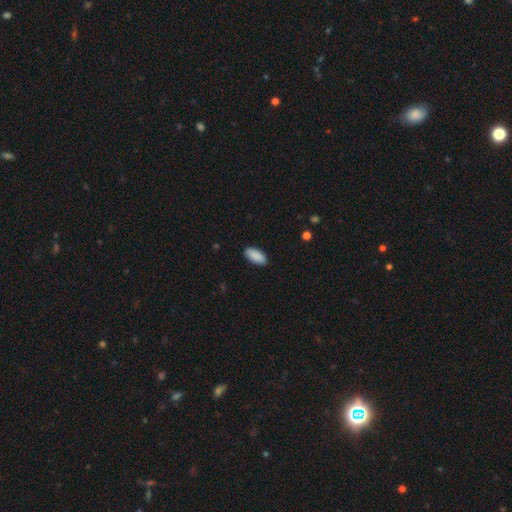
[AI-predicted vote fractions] Smooth or featured?
  - smooth: 91% *
  - star or artifact: 6%
  - featured or disk: 3%
How rounded?
  - in between: 91% *
  - cigar-shaped: 7%
  - round: 2%
Merging?
  - none: 90% *
  - minor disturbance: 7%
  - major disturbance: 2%
  - merger: 1%